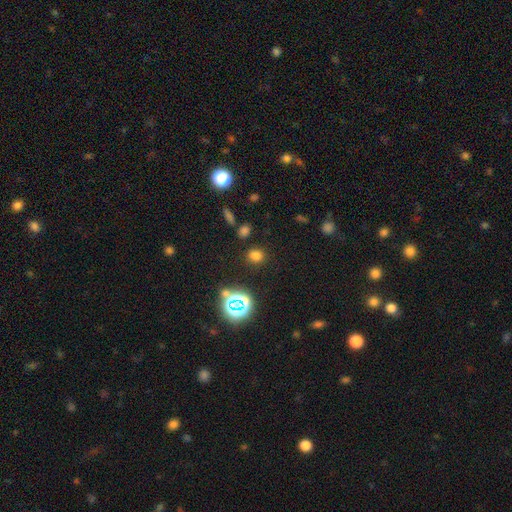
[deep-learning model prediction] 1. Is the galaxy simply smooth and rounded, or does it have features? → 69% smooth, 25% star or artifact, 6% featured or disk.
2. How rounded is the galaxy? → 59% round, 40% in between, 2% cigar-shaped.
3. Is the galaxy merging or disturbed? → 82% none, 10% minor disturbance, 5% merger, 4% major disturbance.